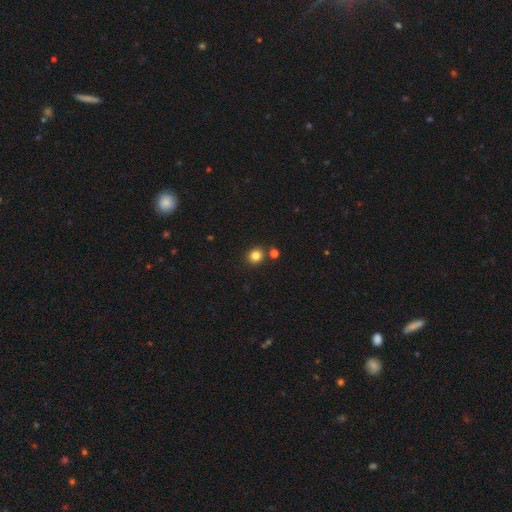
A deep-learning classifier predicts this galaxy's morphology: Smooth or featured?
  - smooth: 82% *
  - star or artifact: 13%
  - featured or disk: 5%
How rounded?
  - round: 84% *
  - in between: 15%
  - cigar-shaped: 1%
Merging?
  - none: 82% *
  - merger: 8%
  - minor disturbance: 7%
  - major disturbance: 2%